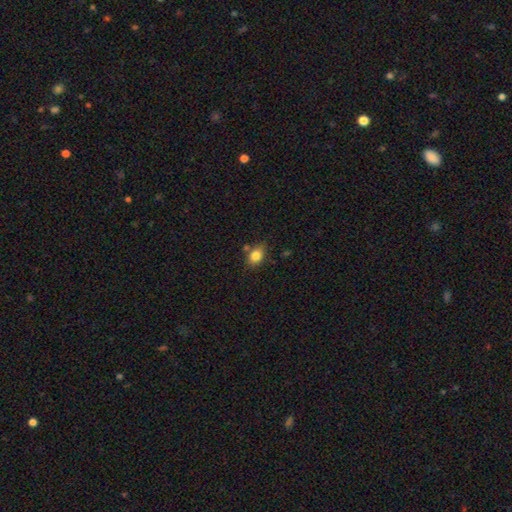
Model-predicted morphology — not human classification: smooth_or_featured: smooth (p=0.83) [alt: star or artifact p=0.10]
how_rounded: in between (p=0.68) [alt: round p=0.31]
merging: none (p=0.73) [alt: minor disturbance p=0.15]